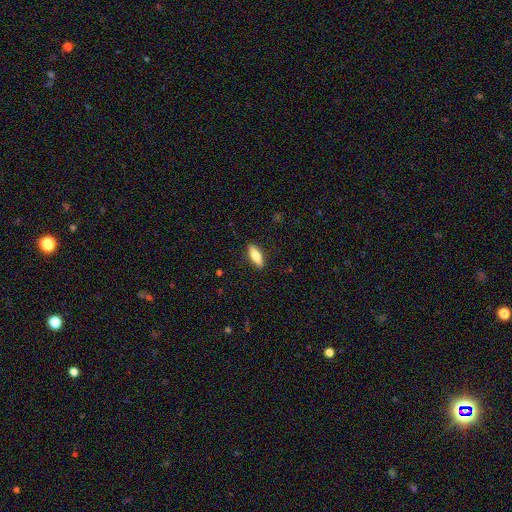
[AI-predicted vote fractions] A smooth galaxy with no disk features (73%) that is in between round and cigar-shaped (60%). Merging: none (89%).